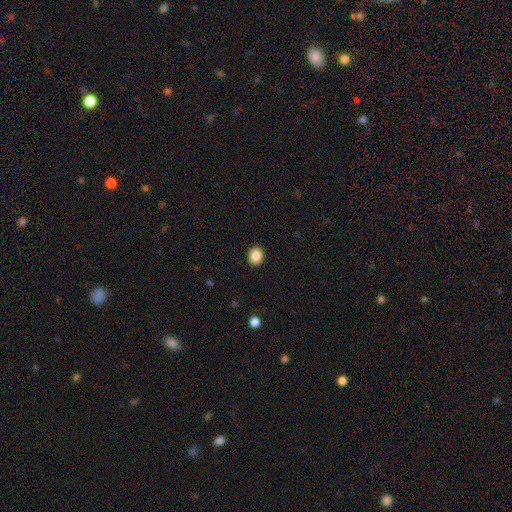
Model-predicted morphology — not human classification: type=smooth (86%); roundness=round (65%); merging=none (92%).